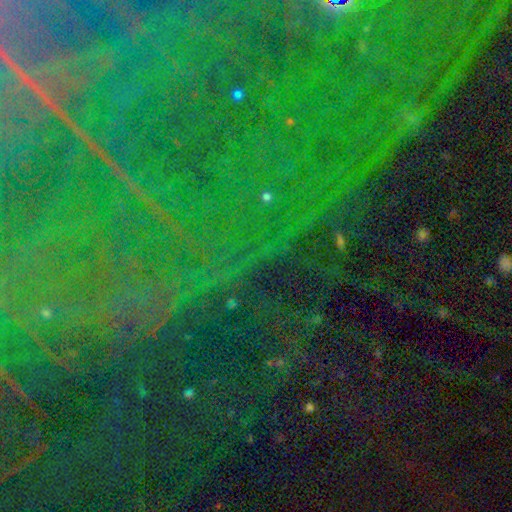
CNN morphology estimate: star or artifact 85%, featured or disk 8%, smooth 6%.